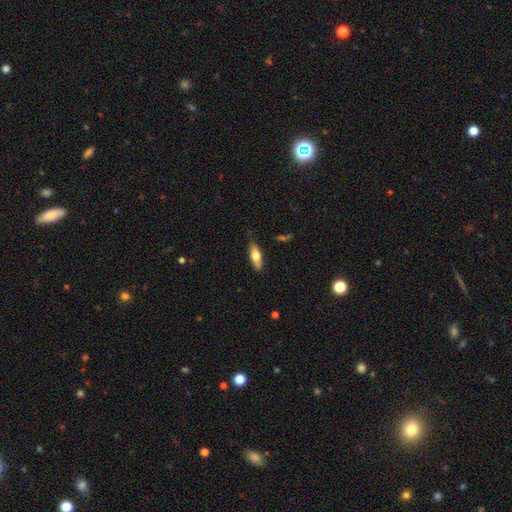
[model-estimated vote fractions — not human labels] The model was most divided on "how rounded": in between: 57%, cigar-shaped: 40%, round: 2%. More confident: merging — none (84%); smooth or featured — smooth (62%).